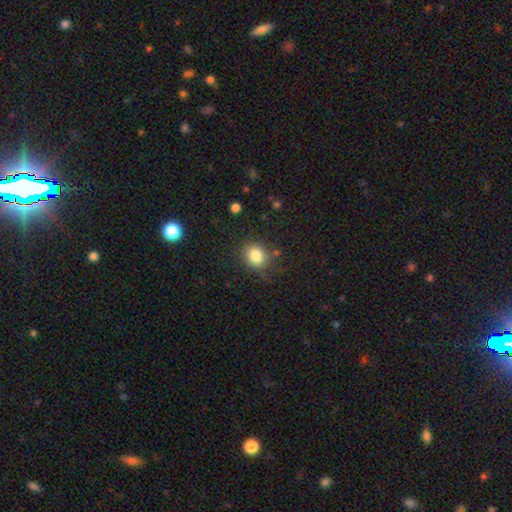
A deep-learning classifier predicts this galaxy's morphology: A smooth galaxy with no disk features (82%) that is round (69%).

Vote fractions:
- Smooth or featured? smooth: 82% / star or artifact: 11% / featured or disk: 6%
- How rounded? round: 69% / in between: 30% / cigar-shaped: 1%
- Merging? none: 80% / minor disturbance: 13% / major disturbance: 4% / merger: 3%